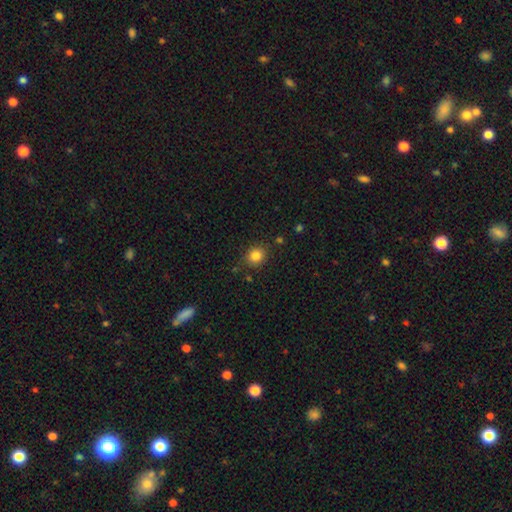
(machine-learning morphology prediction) Overall: smooth (84%). How rounded: round (76%). Merging: none (84%).